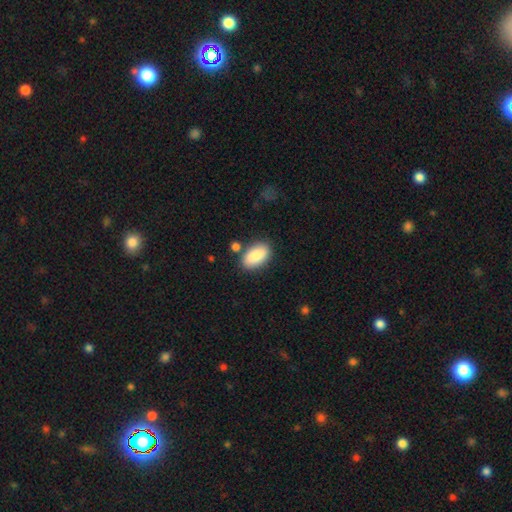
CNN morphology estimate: Smooth or featured: smooth — 87% (featured or disk — 7%)
How rounded: in between — 93% (round — 4%)
Merging: none — 79% (minor disturbance — 12%)